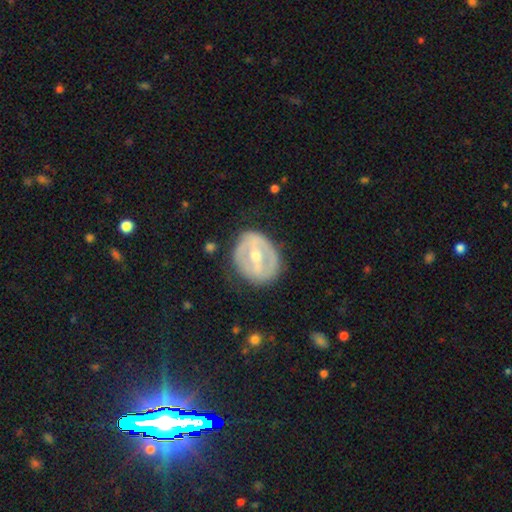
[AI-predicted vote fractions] Q: Smooth or featured?
A: featured or disk (72%); runner-up: smooth (23%)
Q: Edge-on disk?
A: no (95%); runner-up: yes (5%)
Q: Bar?
A: strong (53%); runner-up: weak (32%)
Q: Spiral arms?
A: no (68%); runner-up: yes (32%)
Q: Bulge size?
A: moderate (63%); runner-up: small (33%)
Q: Merging?
A: none (76%); runner-up: minor disturbance (16%)